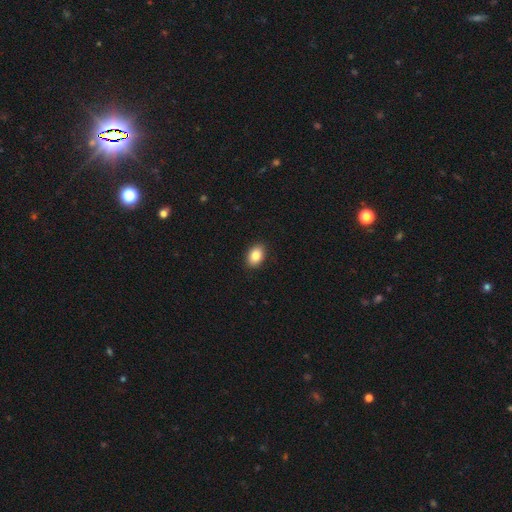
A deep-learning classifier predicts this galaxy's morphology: Q: Smooth or featured?
A: smooth (85%); runner-up: star or artifact (8%)
Q: How rounded?
A: in between (83%); runner-up: round (16%)
Q: Merging?
A: none (91%); runner-up: minor disturbance (7%)